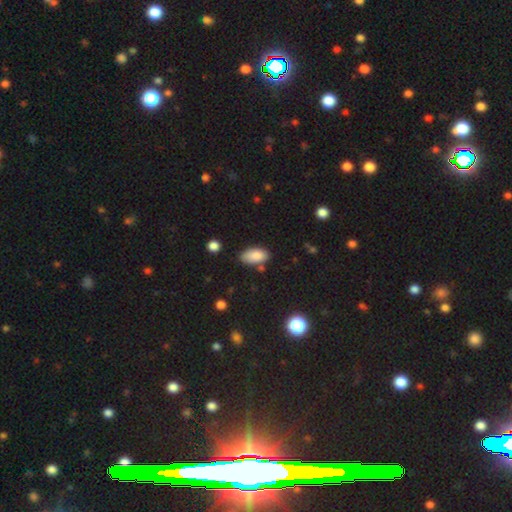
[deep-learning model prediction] smooth-or-featured: smooth: 85% | star or artifact: 8% | featured or disk: 7%
  how-rounded: in between: 93% | cigar-shaped: 3% | round: 3%
  merging: none: 75% | minor disturbance: 17% | merger: 5% | major disturbance: 3%